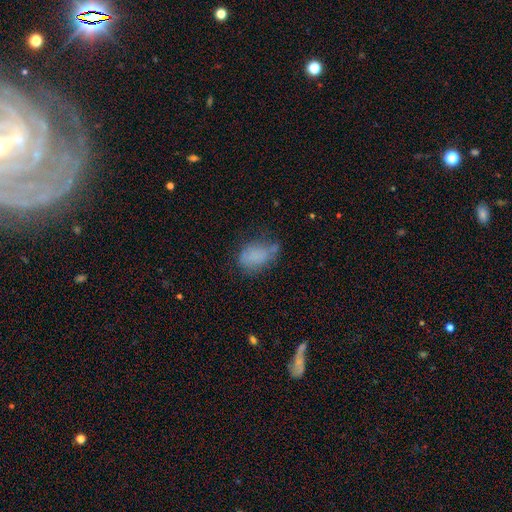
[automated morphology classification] Smooth or featured?
  - smooth: 75% *
  - featured or disk: 15%
  - star or artifact: 11%
How rounded?
  - in between: 80% *
  - round: 19%
  - cigar-shaped: 2%
Merging?
  - none: 46% *
  - minor disturbance: 32%
  - major disturbance: 16%
  - merger: 7%